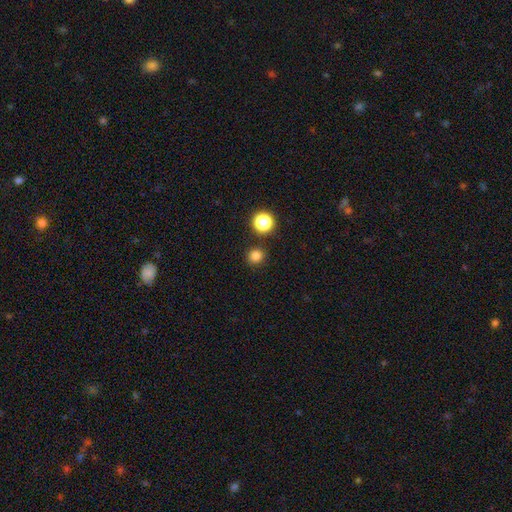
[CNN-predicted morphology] Smooth or featured?
  - smooth: 80% *
  - star or artifact: 16%
  - featured or disk: 4%
How rounded?
  - round: 91% *
  - in between: 8%
  - cigar-shaped: 1%
Merging?
  - none: 88% *
  - minor disturbance: 6%
  - merger: 3%
  - major disturbance: 2%